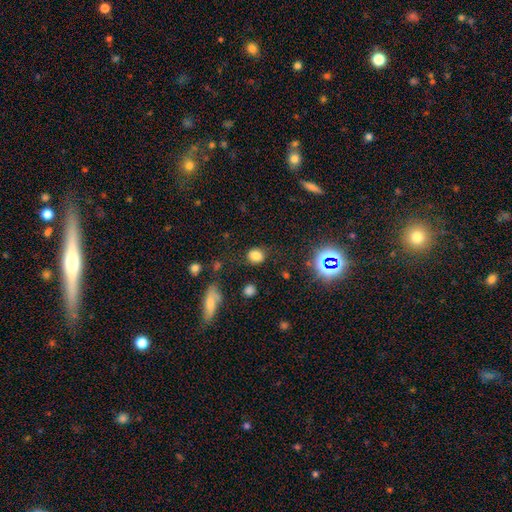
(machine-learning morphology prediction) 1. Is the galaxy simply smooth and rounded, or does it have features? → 78% smooth, 15% star or artifact, 7% featured or disk.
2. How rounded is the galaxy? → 66% round, 32% in between, 1% cigar-shaped.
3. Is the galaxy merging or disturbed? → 80% none, 13% minor disturbance, 5% major disturbance, 3% merger.